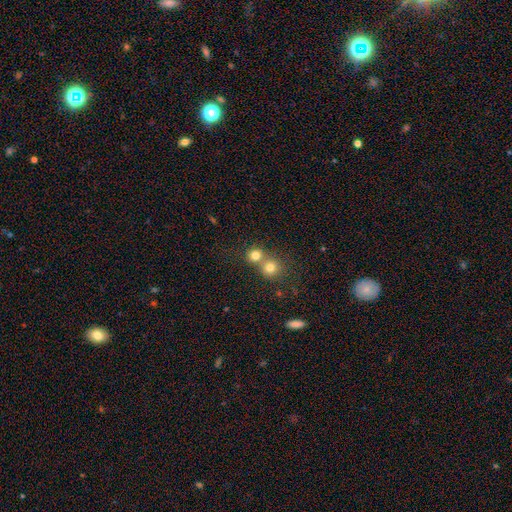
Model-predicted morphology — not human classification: This appears to be a smooth galaxy with no disk features (77%) that is round (86%). Merging: none (46%, tied with merger).